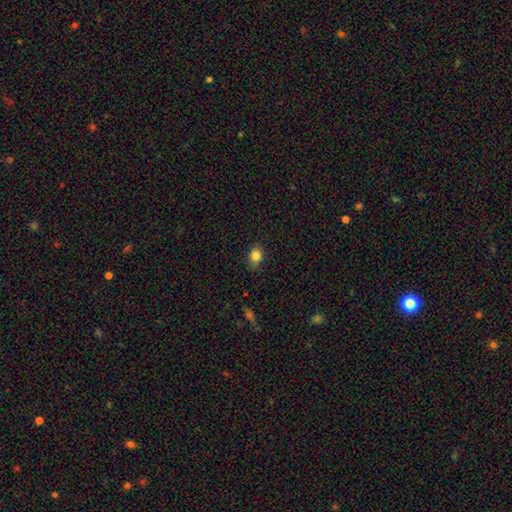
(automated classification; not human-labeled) Morphology: type=smooth (84%); roundness=in between (55%); merging=none (83%).